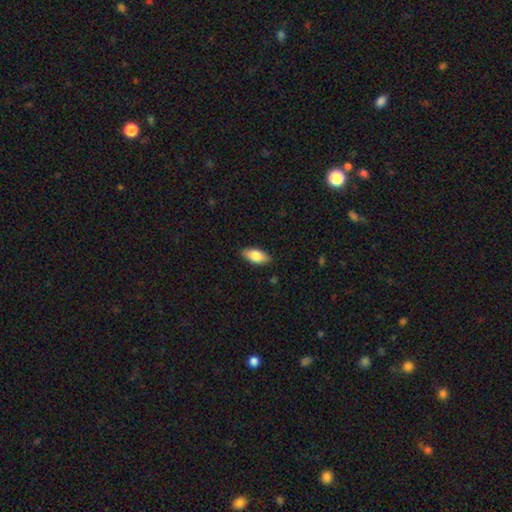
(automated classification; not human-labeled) Q: Smooth or featured?
A: smooth (81%); runner-up: featured or disk (12%)
Q: How rounded?
A: in between (90%); runner-up: cigar-shaped (7%)
Q: Merging?
A: none (87%); runner-up: minor disturbance (10%)